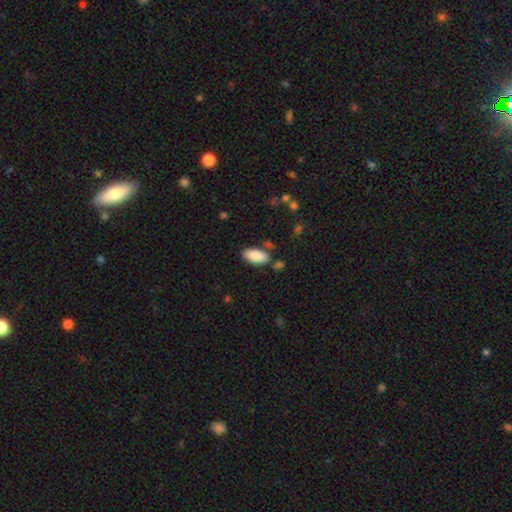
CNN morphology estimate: smooth 88%, star or artifact 6%, featured or disk 5%. Down the decision tree: how rounded — in between (91%); merging — none (78%).